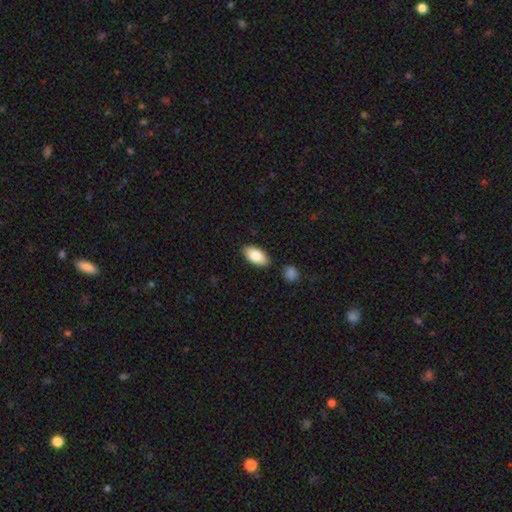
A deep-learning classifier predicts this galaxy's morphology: This appears to be a smooth galaxy with no disk features (83%) that is in between round and cigar-shaped (93%). Merging: none (83%).